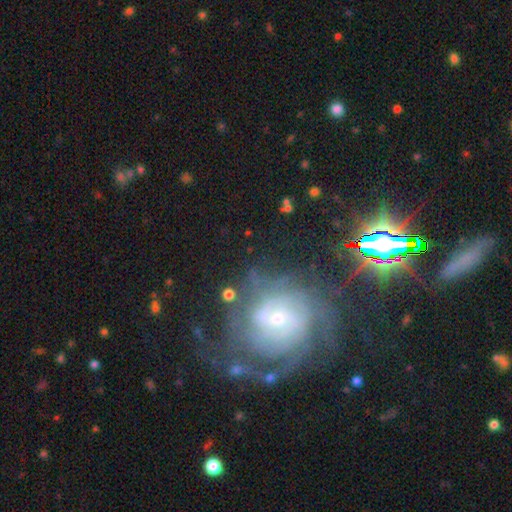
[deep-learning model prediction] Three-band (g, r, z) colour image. It shows a featured or disk galaxy (71%) with no bar (55%), tight (67%) spiral arms (93%) and a small central bulge (67%). Merging: none (69%).